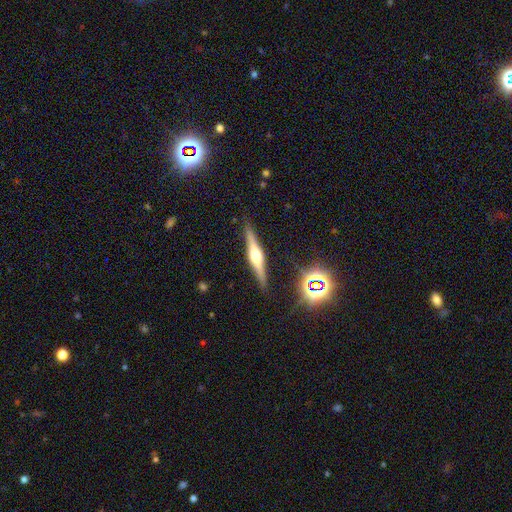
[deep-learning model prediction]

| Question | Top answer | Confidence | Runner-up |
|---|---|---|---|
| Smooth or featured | featured or disk | 73% | smooth (19%) |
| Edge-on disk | yes | 97% | no (3%) |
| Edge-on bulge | rounded | 91% | boxy (7%) |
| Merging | none | 90% | minor disturbance (7%) |